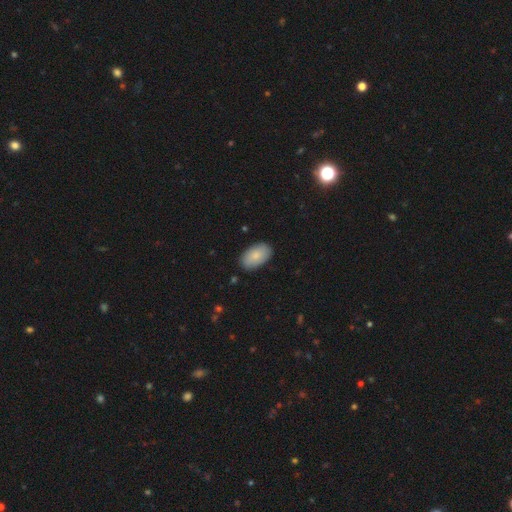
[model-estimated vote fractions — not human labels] Q: Smooth or featured?
A: smooth (84%); runner-up: featured or disk (10%)
Q: How rounded?
A: in between (94%); runner-up: round (4%)
Q: Merging?
A: none (87%); runner-up: minor disturbance (10%)